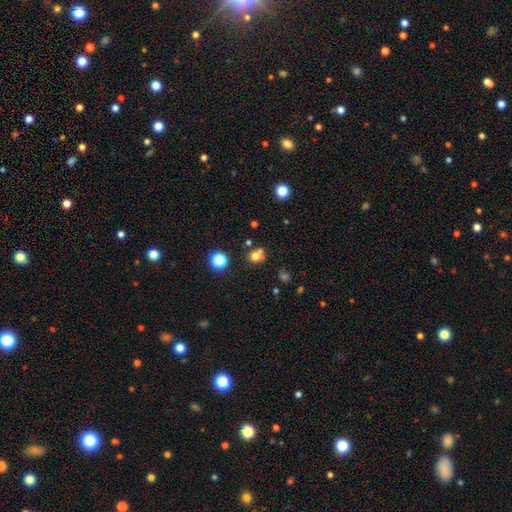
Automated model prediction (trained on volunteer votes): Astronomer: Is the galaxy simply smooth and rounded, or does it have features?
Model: smooth — 70%.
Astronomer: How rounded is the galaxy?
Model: round — 83%.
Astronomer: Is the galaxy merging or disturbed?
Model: none — 53% (runner-up: merger, 34%).